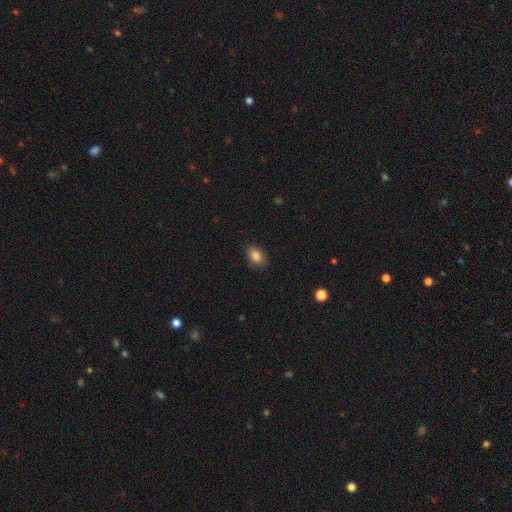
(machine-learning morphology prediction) Smooth or featured? Predicted: smooth (p=0.86). How rounded? Predicted: in between (p=0.82). Merging? Predicted: none (p=0.86).